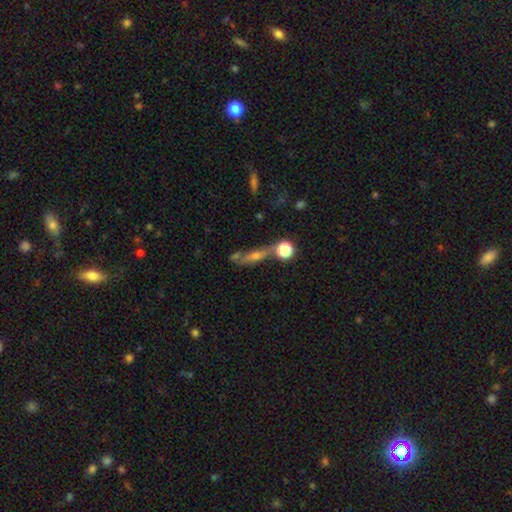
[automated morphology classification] A featured or disk galaxy (44%).

Vote fractions:
- Smooth or featured? featured or disk: 44% / smooth: 39% / star or artifact: 17%
- Merging? none: 54% / merger: 20% / minor disturbance: 17% / major disturbance: 10%